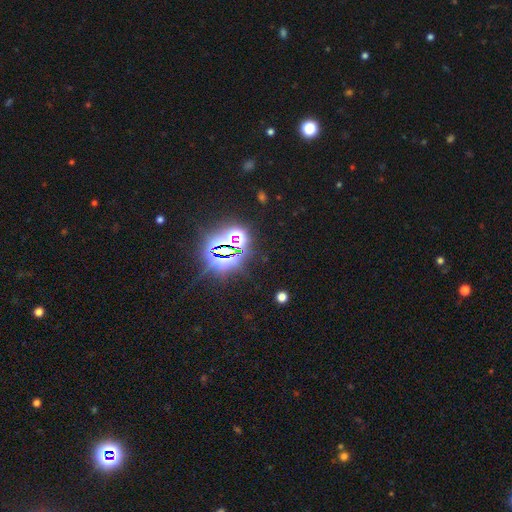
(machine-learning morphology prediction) Smooth or featured? Predicted: star or artifact (p=0.82).